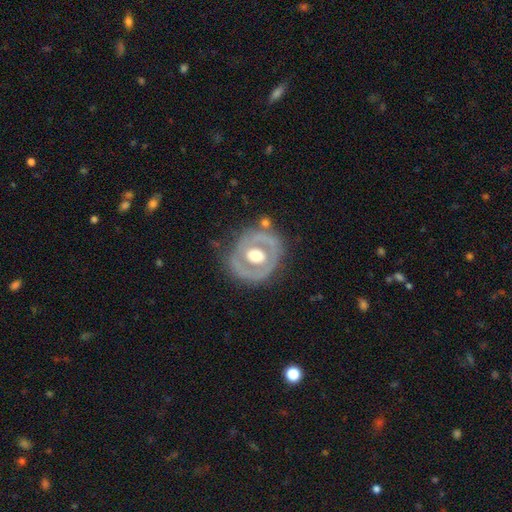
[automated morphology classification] Smooth or featured? Predicted: featured or disk (p=0.66). Edge-on disk? Predicted: no (p=0.95). Bar? Predicted: no (p=0.77). Spiral arms? Predicted: no (p=0.77). Bulge size? Predicted: moderate (p=0.55). Merging? Predicted: none (p=0.70).